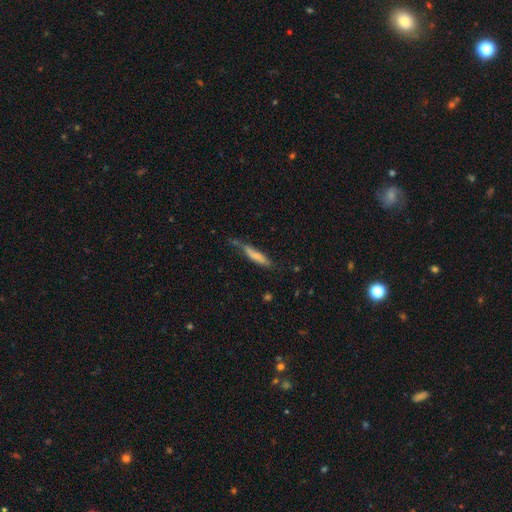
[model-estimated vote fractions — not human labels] The model was most divided on "merging": none: 44%, minor disturbance: 35%, major disturbance: 15%, merger: 7%. More confident: how rounded — cigar-shaped (80%); smooth or featured — smooth (74%).